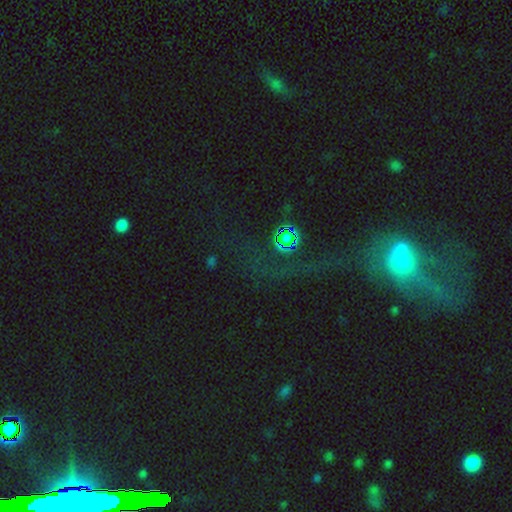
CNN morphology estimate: This is possibly a star or artifact rather than a galaxy (46%).